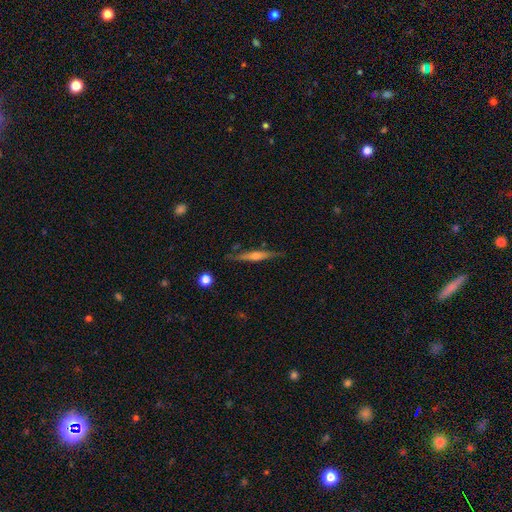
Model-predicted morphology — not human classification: This is likely a featured or disk galaxy (64%). It is clearly viewed edge-on (96%). Edge-on bulge: clearly rounded (82%). Merging: clearly none (83%).